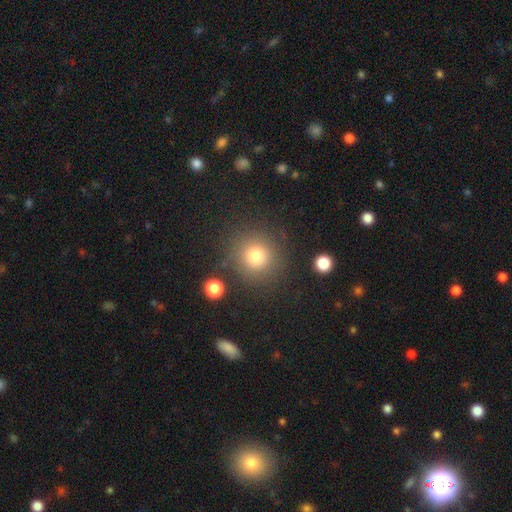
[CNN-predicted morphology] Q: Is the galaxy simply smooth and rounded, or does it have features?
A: smooth — 79%.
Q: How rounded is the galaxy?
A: round — 92%.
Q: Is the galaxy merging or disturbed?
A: none — 84%.